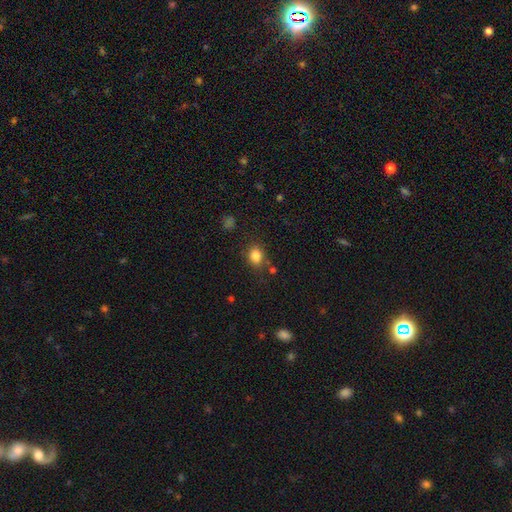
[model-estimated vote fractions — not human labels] smooth 82%, star or artifact 11%, featured or disk 6%. Down the decision tree: how rounded — in between (50%); merging — none (76%).